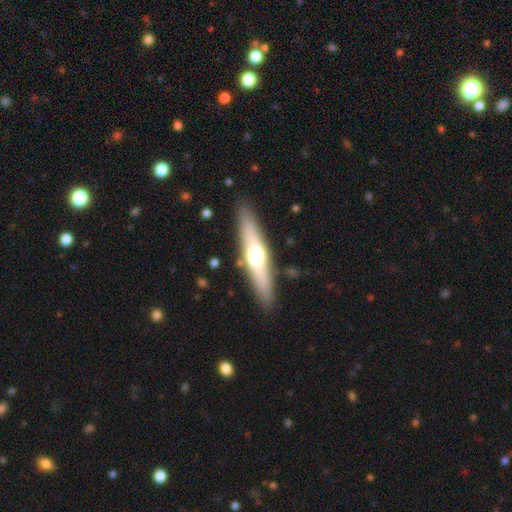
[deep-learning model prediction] Q: Smooth or featured?
A: featured or disk (50%); runner-up: smooth (45%)
Q: Merging?
A: none (88%); runner-up: minor disturbance (8%)